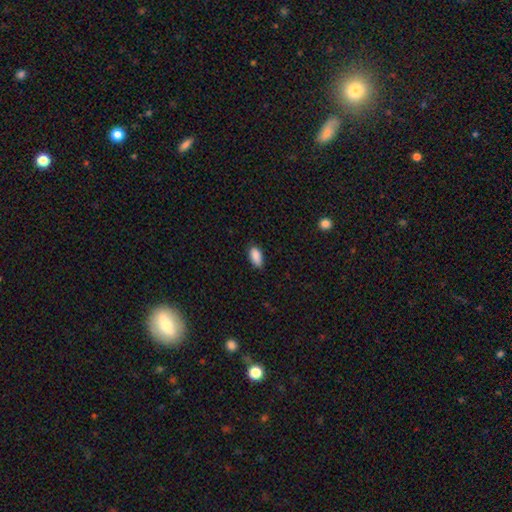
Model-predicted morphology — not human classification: Q: Smooth or featured?
A: smooth (88%); runner-up: star or artifact (8%)
Q: How rounded?
A: in between (91%); runner-up: cigar-shaped (6%)
Q: Merging?
A: none (78%); runner-up: minor disturbance (18%)